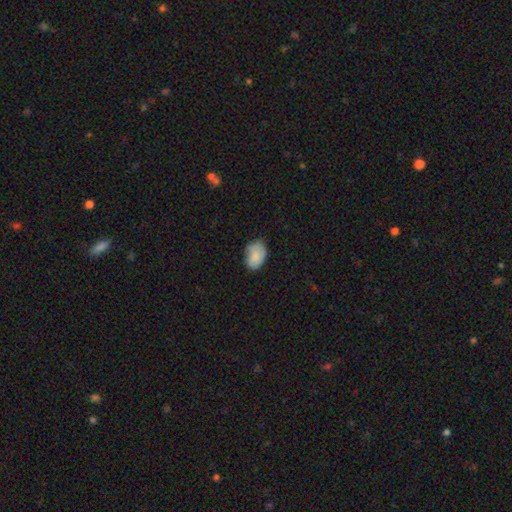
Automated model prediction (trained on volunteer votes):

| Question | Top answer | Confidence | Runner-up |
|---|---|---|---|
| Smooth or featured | smooth | 84% | featured or disk (9%) |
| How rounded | in between | 85% | round (14%) |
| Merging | none | 70% | minor disturbance (25%) |